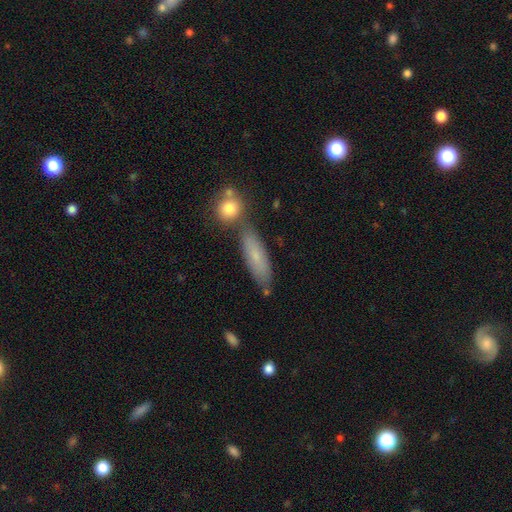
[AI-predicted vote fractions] smooth 71%, featured or disk 21%, star or artifact 8%. Down the decision tree: how rounded — cigar-shaped (52%); merging — none (68%).